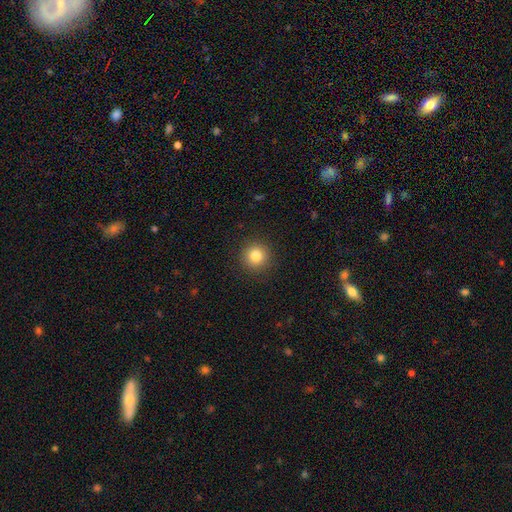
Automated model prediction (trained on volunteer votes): Morphology: type=smooth (82%); roundness=round (95%); merging=none (91%).